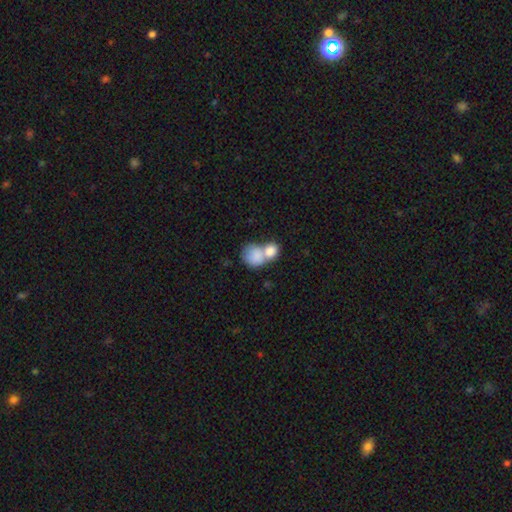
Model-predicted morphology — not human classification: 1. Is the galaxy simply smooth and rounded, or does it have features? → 81% smooth, 12% featured or disk, 7% star or artifact.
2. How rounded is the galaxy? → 62% round, 36% in between, 1% cigar-shaped.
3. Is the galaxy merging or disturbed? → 67% merger, 20% none, 7% minor disturbance, 5% major disturbance.